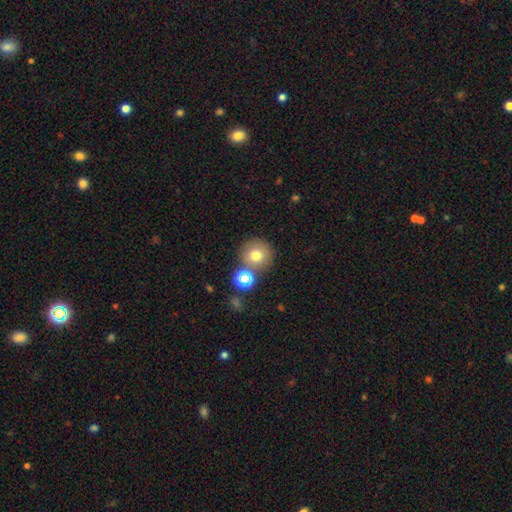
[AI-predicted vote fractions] smooth-or-featured: smooth: 72% | star or artifact: 16% | featured or disk: 12%
  how-rounded: round: 92% | in between: 7% | cigar-shaped: 1%
  merging: none: 71% | merger: 17% | minor disturbance: 9% | major disturbance: 4%